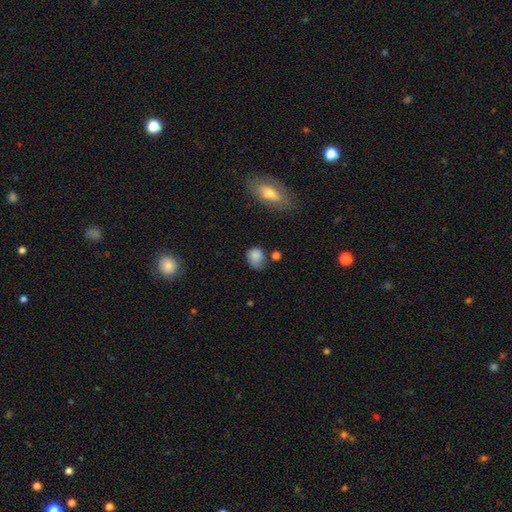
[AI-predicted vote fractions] smooth-or-featured: smooth: 82% | star or artifact: 10% | featured or disk: 8%
  how-rounded: round: 59% | in between: 39% | cigar-shaped: 2%
  merging: none: 53% | minor disturbance: 31% | major disturbance: 10% | merger: 6%